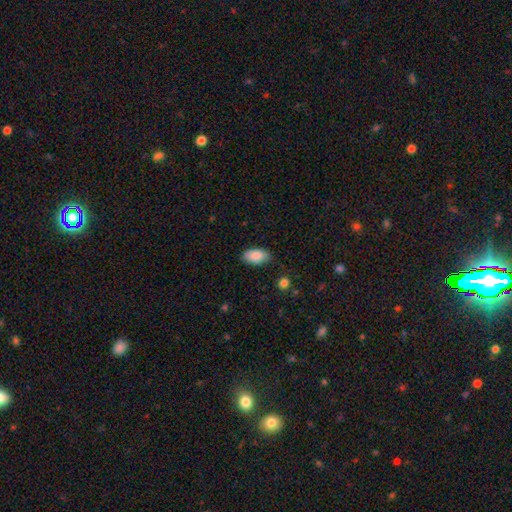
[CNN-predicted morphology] A smooth galaxy with no disk features (87%) that is in between round and cigar-shaped (94%). Merging: none (81%).